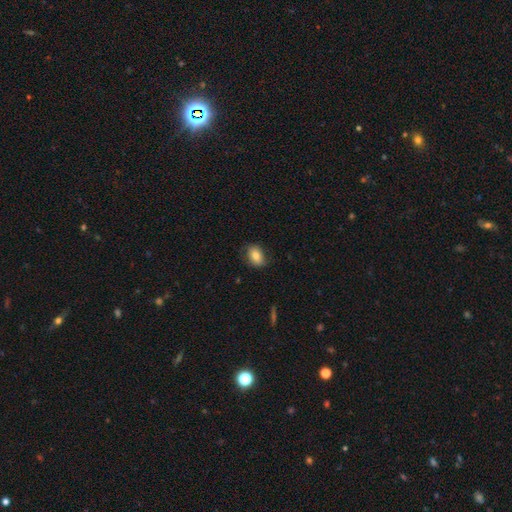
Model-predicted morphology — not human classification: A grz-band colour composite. It shows a smooth galaxy with no disk features (78%) that is in between round and cigar-shaped (76%). Merging: none (75%).